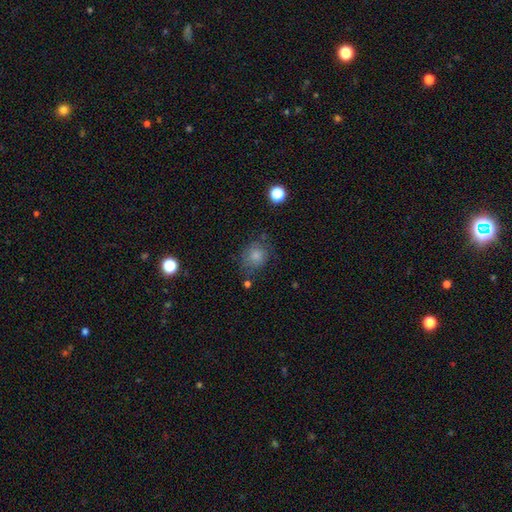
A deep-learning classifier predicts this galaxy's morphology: smooth-or-featured: smooth: 79% | star or artifact: 11% | featured or disk: 10%
  how-rounded: round: 70% | in between: 29% | cigar-shaped: 1%
  merging: none: 65% | minor disturbance: 22% | major disturbance: 9% | merger: 4%